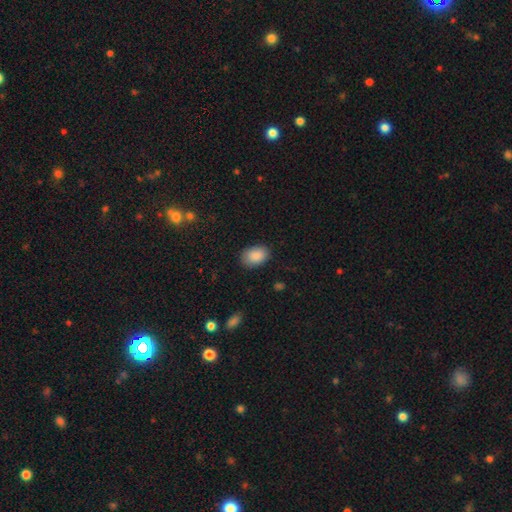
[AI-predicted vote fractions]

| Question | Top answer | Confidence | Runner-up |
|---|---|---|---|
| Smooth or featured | smooth | 89% | star or artifact (7%) |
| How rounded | in between | 85% | round (14%) |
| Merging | none | 84% | minor disturbance (12%) |